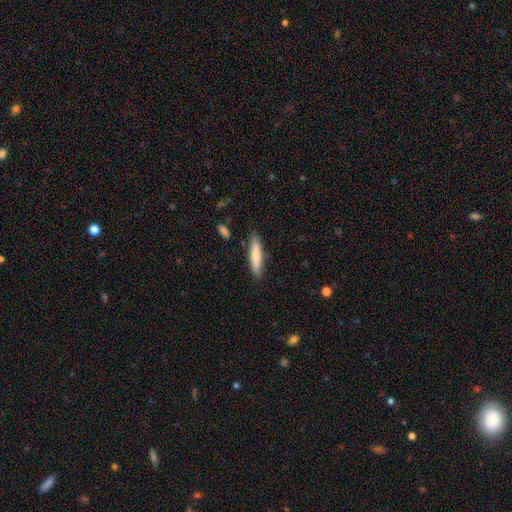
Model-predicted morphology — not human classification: Smooth or featured: smooth — 73% (featured or disk — 22%)
How rounded: cigar-shaped — 84% (in between — 15%)
Merging: none — 83% (minor disturbance — 12%)